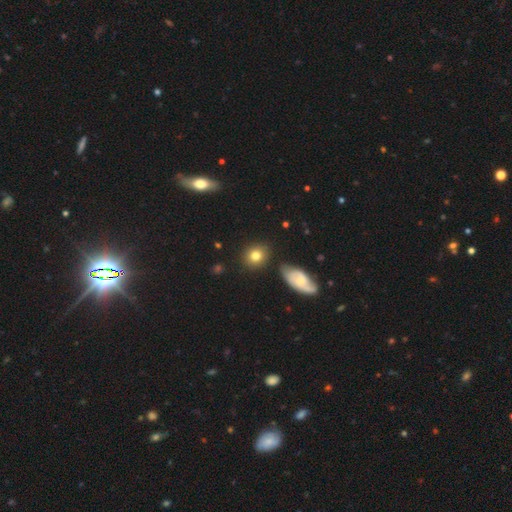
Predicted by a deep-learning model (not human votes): A smooth galaxy with no disk features (77%) that is round (79%).

Vote fractions:
- Smooth or featured? smooth: 77% / featured or disk: 13% / star or artifact: 10%
- How rounded? round: 79% / in between: 20% / cigar-shaped: 1%
- Merging? none: 80% / minor disturbance: 11% / merger: 5% / major disturbance: 3%